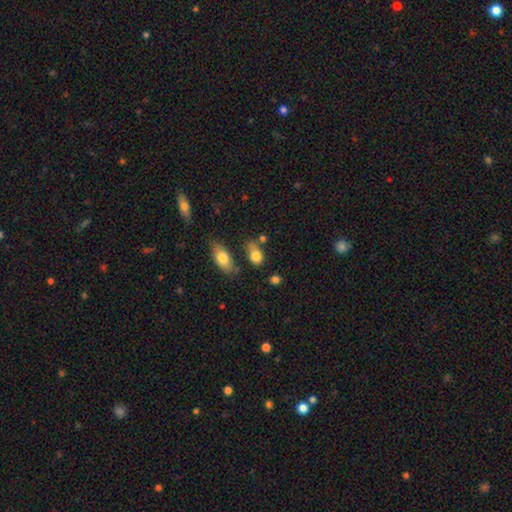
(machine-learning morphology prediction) Q: Smooth or featured?
A: smooth (82%); runner-up: featured or disk (9%)
Q: How rounded?
A: in between (71%); runner-up: round (27%)
Q: Merging?
A: none (48%); runner-up: minor disturbance (26%)